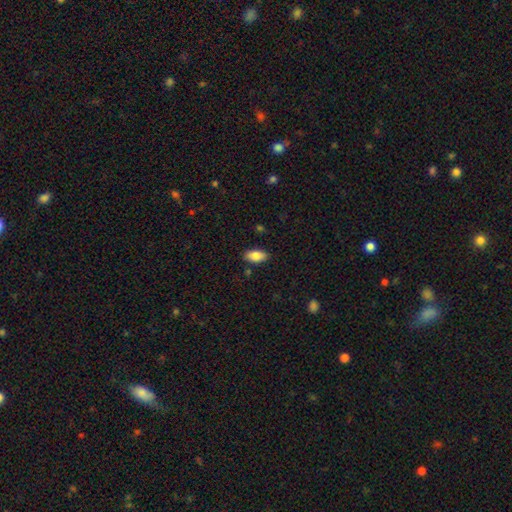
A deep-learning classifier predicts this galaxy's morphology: This is clearly a smooth galaxy (85%). How rounded: clearly in between (92%). Merging: clearly none (86%).